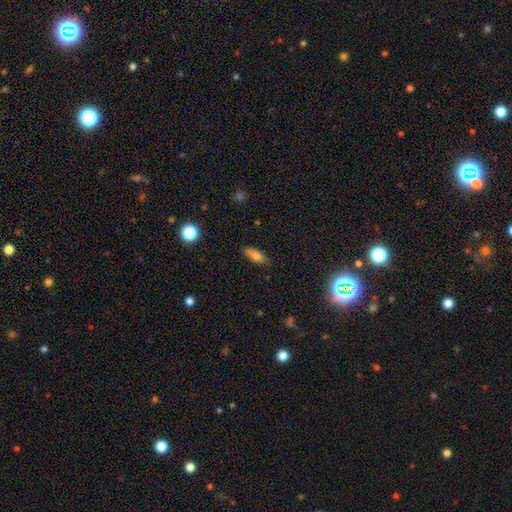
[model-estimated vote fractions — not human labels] The model was most divided on "how rounded": in between: 71%, cigar-shaped: 26%, round: 3%. More confident: merging — none (83%); smooth or featured — smooth (77%).